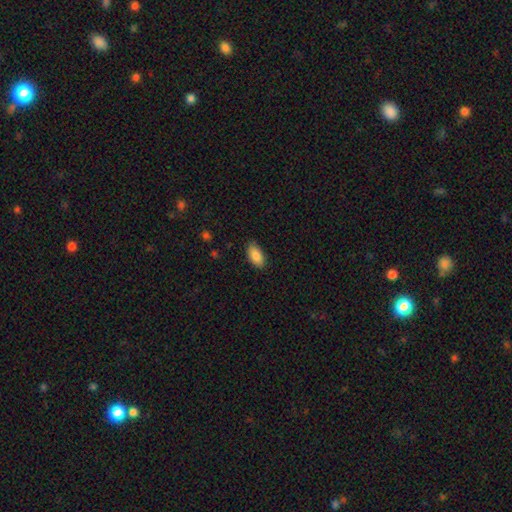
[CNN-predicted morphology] This is clearly a smooth galaxy (87%). How rounded: clearly in between (93%). Merging: clearly none (83%).